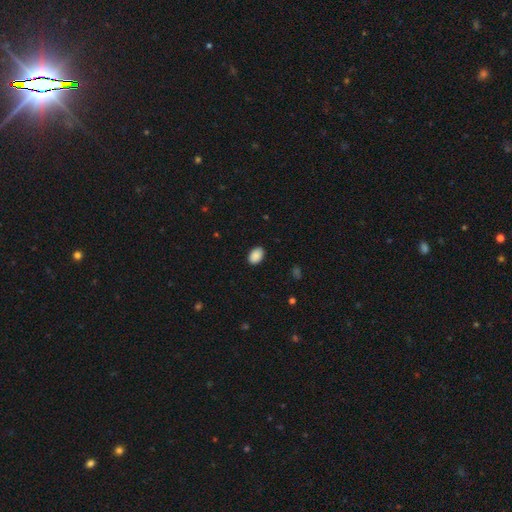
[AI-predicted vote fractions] Smooth or featured: smooth — 90% (star or artifact — 7%)
How rounded: in between — 86% (round — 13%)
Merging: none — 89% (minor disturbance — 8%)